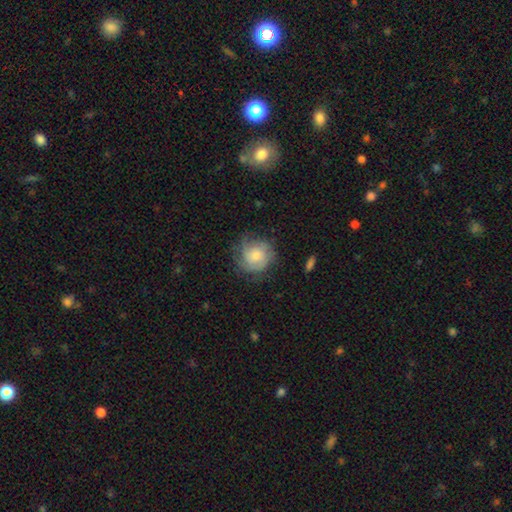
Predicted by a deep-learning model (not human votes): featured or disk 49%, smooth 44%, star or artifact 8%. Down the decision tree: merging — none (68%).